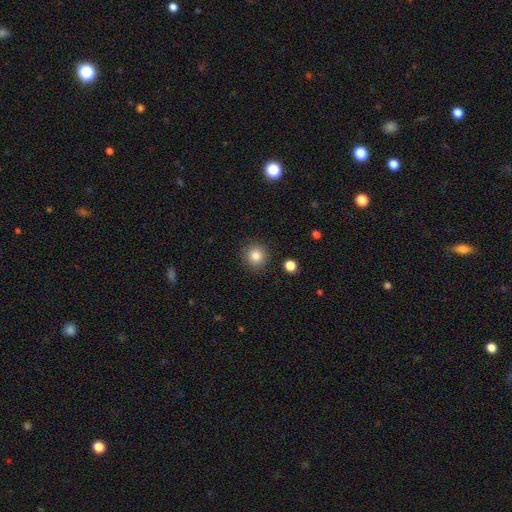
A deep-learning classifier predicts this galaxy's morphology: Smooth or featured? smooth (84%)
How rounded? round (92%)
Merging? none (90%)